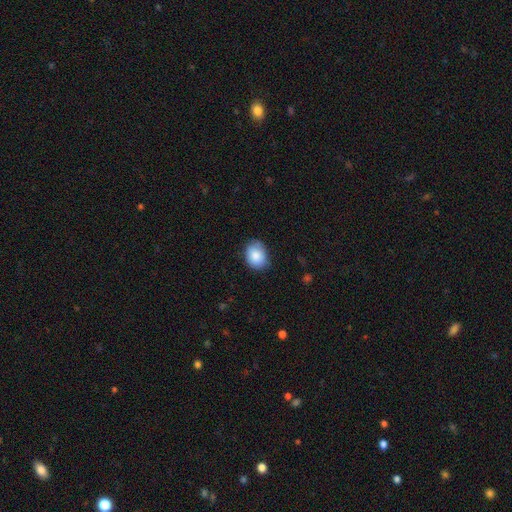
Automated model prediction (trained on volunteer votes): smooth 86%, featured or disk 7%, star or artifact 7%. Down the decision tree: how rounded — in between (66%); merging — none (73%).